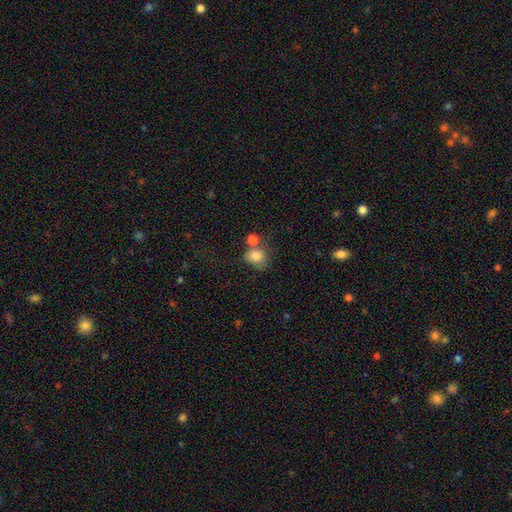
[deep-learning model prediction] Smooth or featured? Predicted: smooth (p=0.81). How rounded? Predicted: round (p=0.69). Merging? Predicted: none (p=0.46).